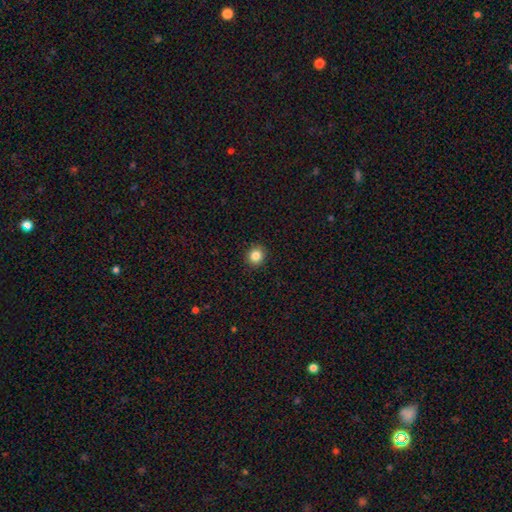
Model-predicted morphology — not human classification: A smooth galaxy with no disk features (85%) that is round (86%). Merging: none (92%).